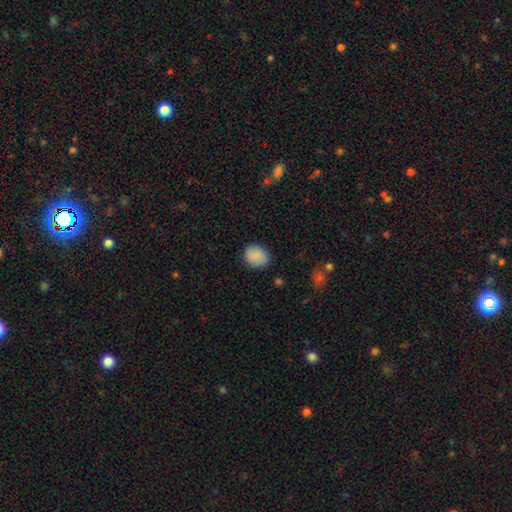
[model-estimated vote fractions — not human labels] A smooth galaxy with no disk features (87%) that is round (63%). Merging: none (83%).